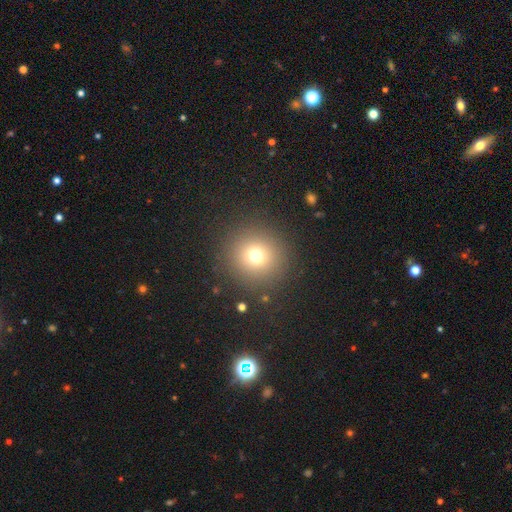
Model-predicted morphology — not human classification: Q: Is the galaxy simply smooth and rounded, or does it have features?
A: smooth — 72%.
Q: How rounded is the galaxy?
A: round — 95%.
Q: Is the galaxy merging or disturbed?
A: none — 89%.